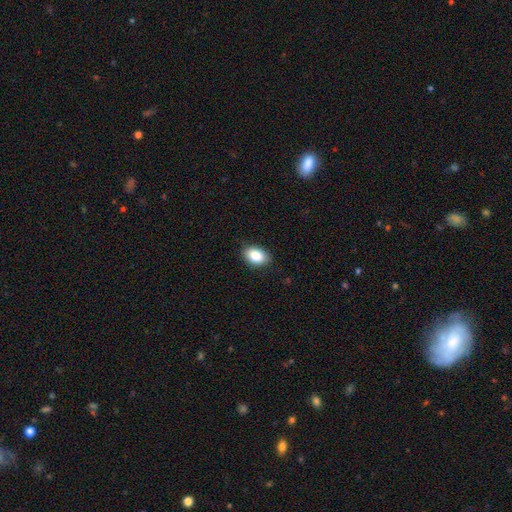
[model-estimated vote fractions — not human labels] smooth 88%, star or artifact 7%, featured or disk 5%. Down the decision tree: how rounded — in between (88%); merging — none (86%).